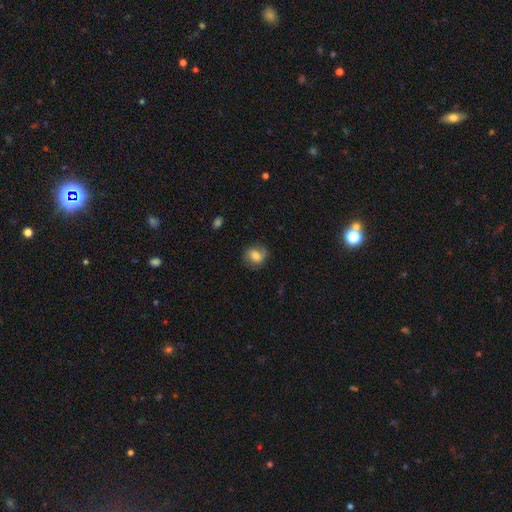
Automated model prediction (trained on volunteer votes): This appears to be a smooth galaxy with no disk features (71%) that is round (61%). Merging: none (73%).